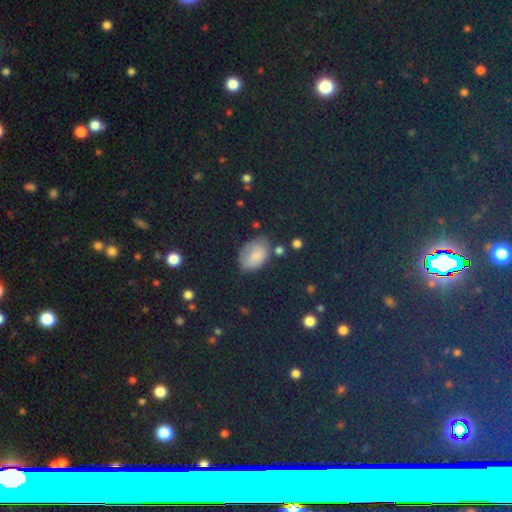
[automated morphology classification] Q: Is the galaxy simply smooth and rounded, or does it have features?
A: smooth — 66%.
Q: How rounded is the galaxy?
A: in between — 85%.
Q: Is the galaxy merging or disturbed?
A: none — 58%.